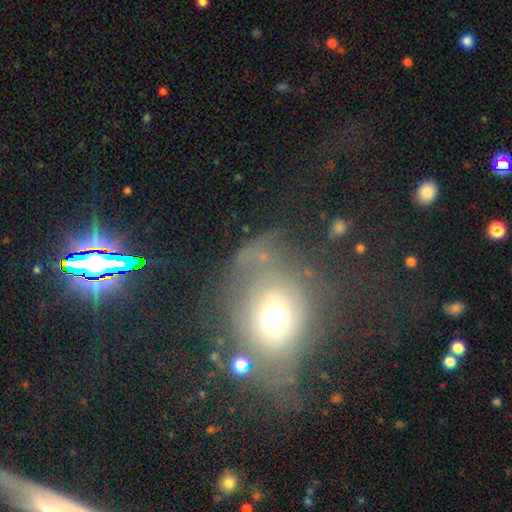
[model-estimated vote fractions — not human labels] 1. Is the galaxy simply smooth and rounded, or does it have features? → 50% smooth, 29% featured or disk, 22% star or artifact.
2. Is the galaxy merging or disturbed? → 36% none, 35% major disturbance, 18% minor disturbance, 11% merger.